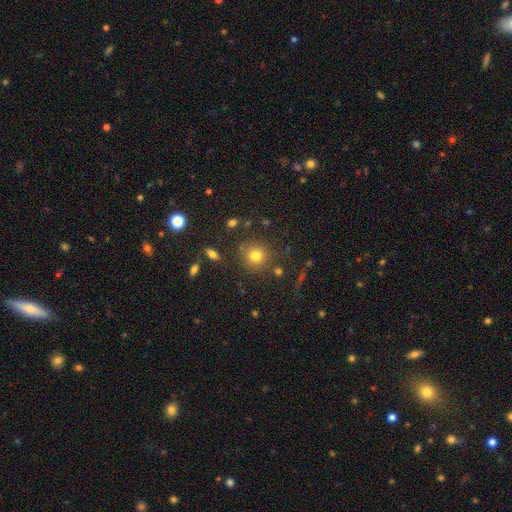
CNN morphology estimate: Smooth or featured? smooth (76%)
How rounded? round (91%)
Merging? none (81%)